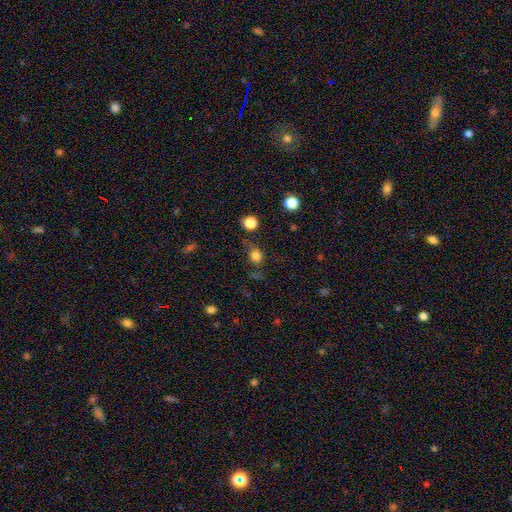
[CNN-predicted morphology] A smooth galaxy with no disk features (78%) that is round (74%). Merging: none (69%).